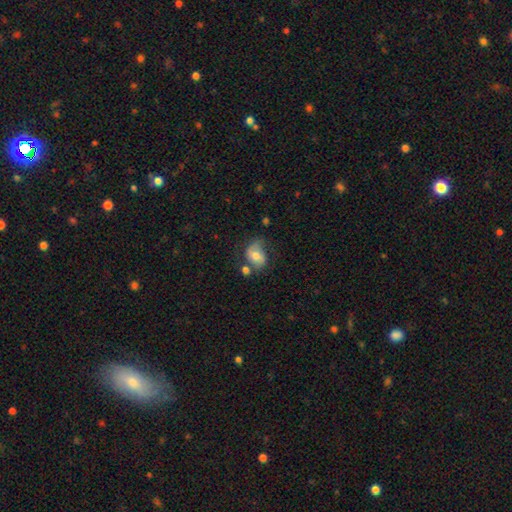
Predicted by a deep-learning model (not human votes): Smooth or featured?
  - smooth: 52% *
  - featured or disk: 40%
  - star or artifact: 9%
How rounded?
  - in between: 66% *
  - round: 33%
  - cigar-shaped: 1%
Merging?
  - none: 44% *
  - minor disturbance: 28%
  - major disturbance: 14%
  - merger: 14%